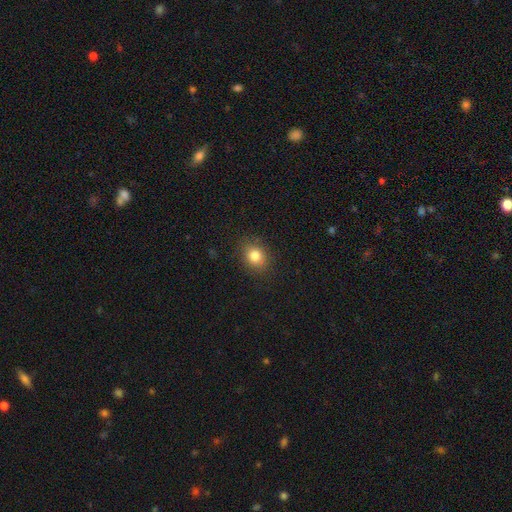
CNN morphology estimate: This appears to be a smooth galaxy with no disk features (82%) that is round (62%). Merging: none (85%).